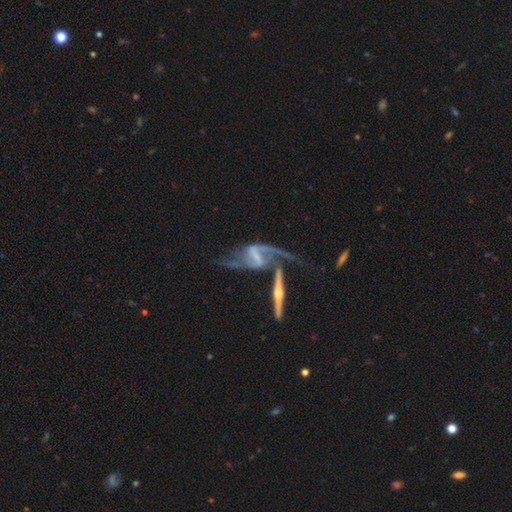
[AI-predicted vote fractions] A featured or disk galaxy (88%) with a strong bar (49%), 2 (90%) loose (67%) spiral arms (93%) and no central bulge (38%). Merging: none (36%).